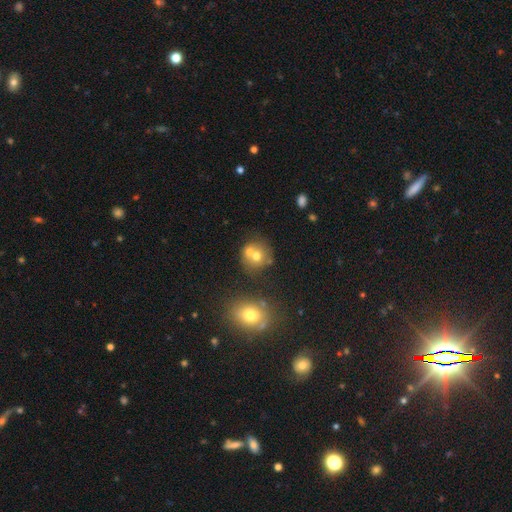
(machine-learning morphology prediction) smooth_or_featured: smooth (p=0.65) [alt: featured or disk p=0.22]
how_rounded: round (p=0.85) [alt: in between p=0.14]
merging: none (p=0.47) [alt: merger p=0.40]